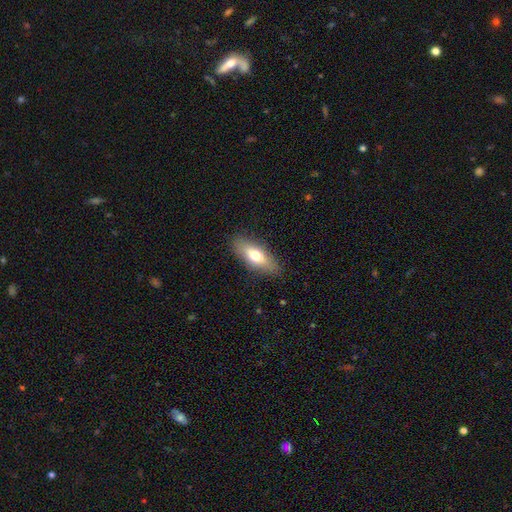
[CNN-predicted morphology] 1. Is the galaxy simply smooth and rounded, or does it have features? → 66% smooth, 27% featured or disk, 7% star or artifact.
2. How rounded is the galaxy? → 66% in between, 31% cigar-shaped, 3% round.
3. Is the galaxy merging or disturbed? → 86% none, 10% minor disturbance, 3% major disturbance, 1% merger.